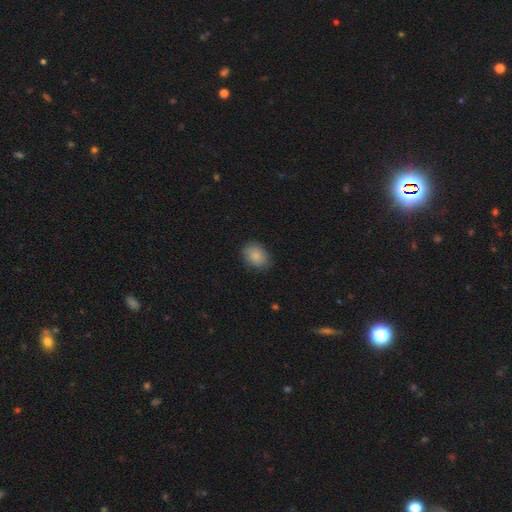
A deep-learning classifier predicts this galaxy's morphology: smooth 87%, star or artifact 8%, featured or disk 5%. Down the decision tree: how rounded — in between (67%); merging — none (83%).